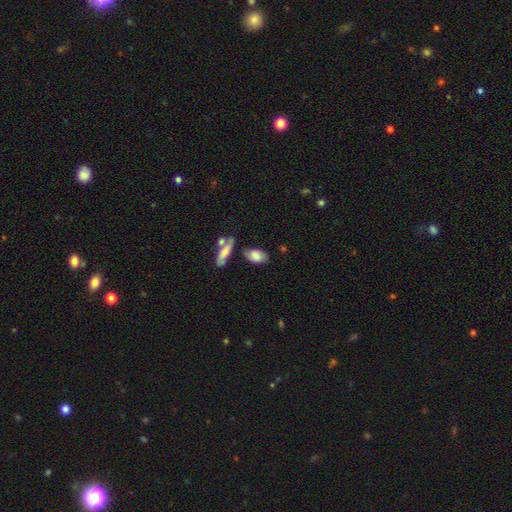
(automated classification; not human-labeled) Q: Smooth or featured?
A: smooth (76%); runner-up: featured or disk (17%)
Q: How rounded?
A: in between (90%); runner-up: round (5%)
Q: Merging?
A: none (62%); runner-up: minor disturbance (20%)